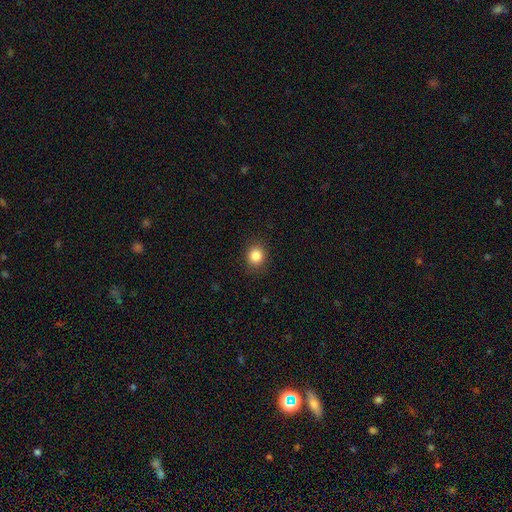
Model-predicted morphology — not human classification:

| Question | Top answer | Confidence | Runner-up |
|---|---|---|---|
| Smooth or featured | smooth | 85% | star or artifact (10%) |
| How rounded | round | 82% | in between (17%) |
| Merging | none | 88% | minor disturbance (8%) |